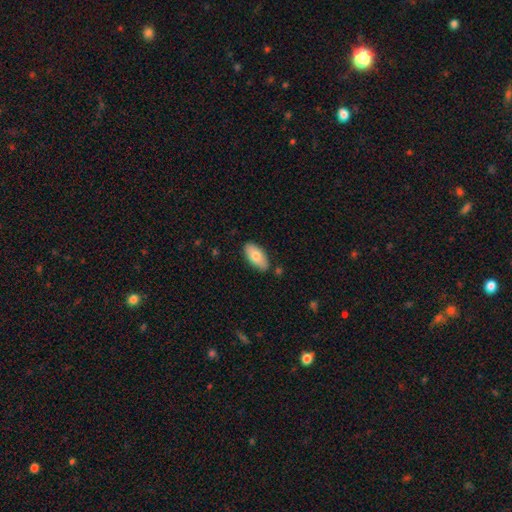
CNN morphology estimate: Smooth or featured? Predicted: smooth (p=0.79). How rounded? Predicted: in between (p=0.92). Merging? Predicted: none (p=0.83).